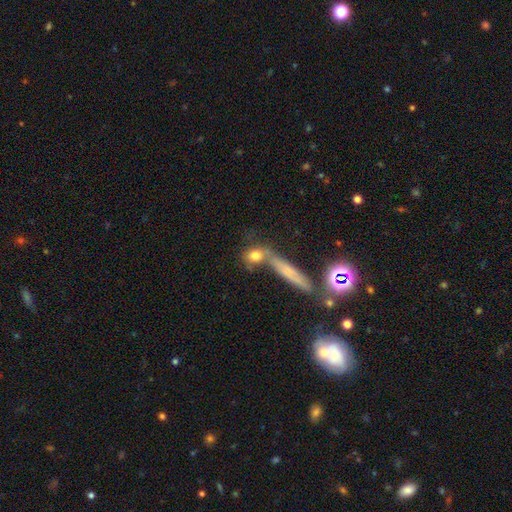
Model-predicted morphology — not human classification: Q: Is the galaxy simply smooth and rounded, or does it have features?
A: smooth — 73%.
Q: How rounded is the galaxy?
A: round — 44%.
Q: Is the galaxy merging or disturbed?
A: none — 50%.